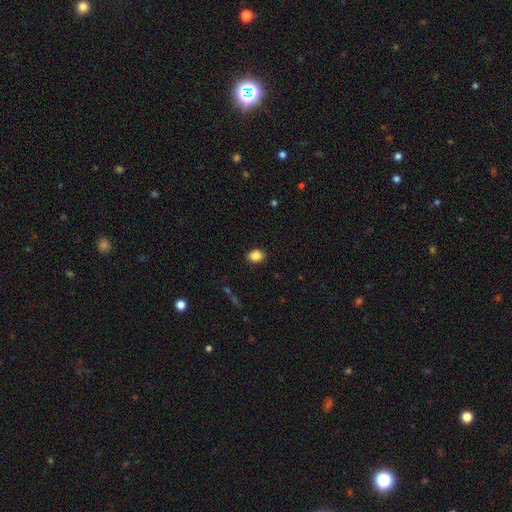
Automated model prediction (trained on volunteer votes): Q: Smooth or featured?
A: smooth (87%); runner-up: star or artifact (9%)
Q: How rounded?
A: in between (60%); runner-up: round (39%)
Q: Merging?
A: none (89%); runner-up: minor disturbance (8%)